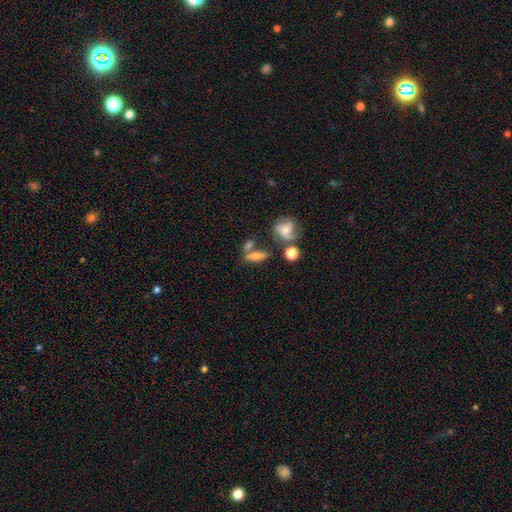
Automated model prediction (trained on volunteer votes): This appears to be a smooth galaxy with no disk features (66%) that is cigar-shaped (48%). Merging: none (51%).